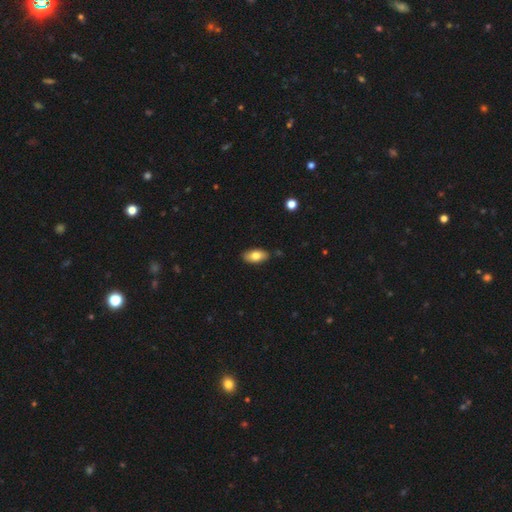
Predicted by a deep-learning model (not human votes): smooth-or-featured: smooth: 78% | featured or disk: 15% | star or artifact: 7%
  how-rounded: in between: 92% | cigar-shaped: 4% | round: 4%
  merging: none: 86% | minor disturbance: 10% | major disturbance: 2% | merger: 2%